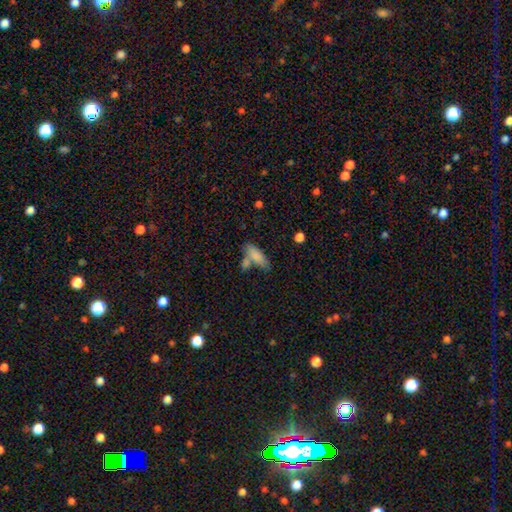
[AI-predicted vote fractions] Overall: smooth (81%). How rounded: in between (63%; cigar-shaped 34%). Merging: none (49%; merger 30%).